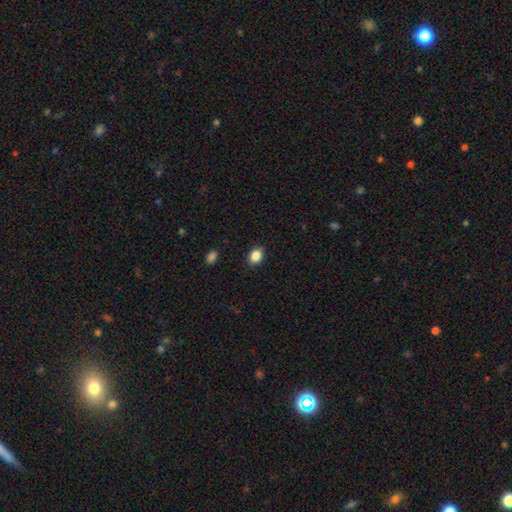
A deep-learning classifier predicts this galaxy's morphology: The model was most divided on "how rounded": in between: 64%, round: 35%, cigar-shaped: 1%. More confident: merging — none (88%); smooth or featured — smooth (87%).